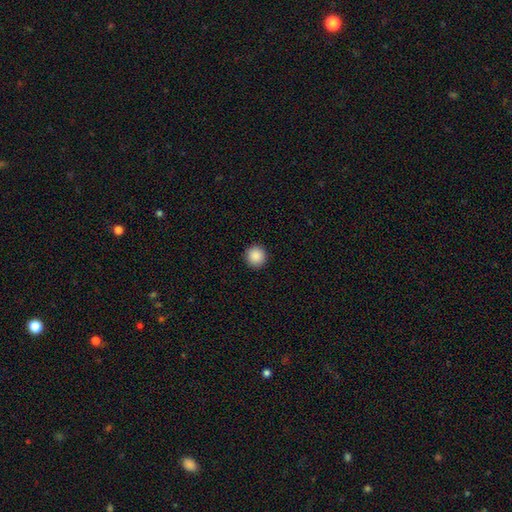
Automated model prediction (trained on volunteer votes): Overall: smooth (89%). How rounded: round (95%). Merging: none (93%).